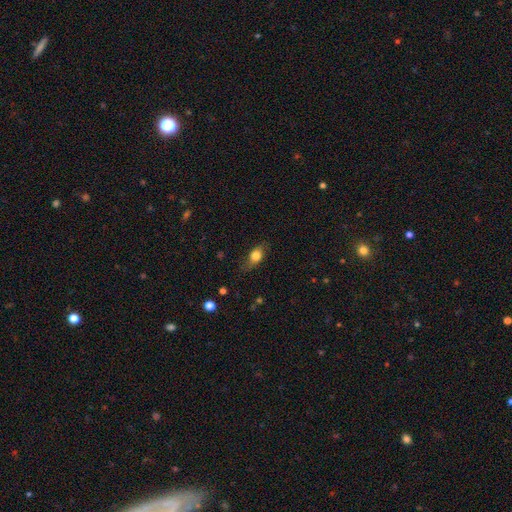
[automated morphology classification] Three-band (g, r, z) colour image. It shows a smooth galaxy with no disk features (71%) that is in between round and cigar-shaped (72%). Merging: none (72%).